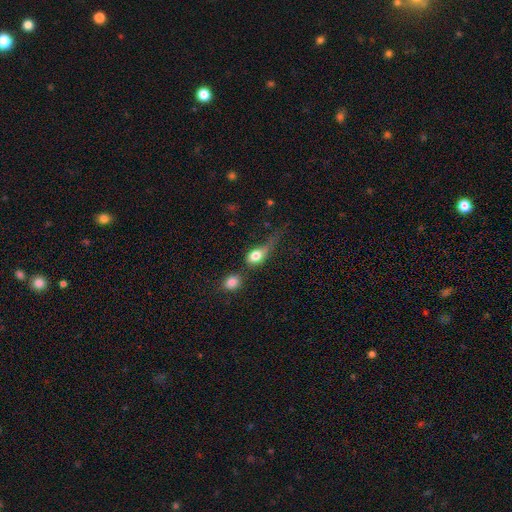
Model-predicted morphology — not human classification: smooth-or-featured: smooth: 75% | featured or disk: 16% | star or artifact: 9%
  how-rounded: in between: 65% | round: 28% | cigar-shaped: 7%
  merging: major disturbance: 33% | none: 25% | minor disturbance: 22% | merger: 20%